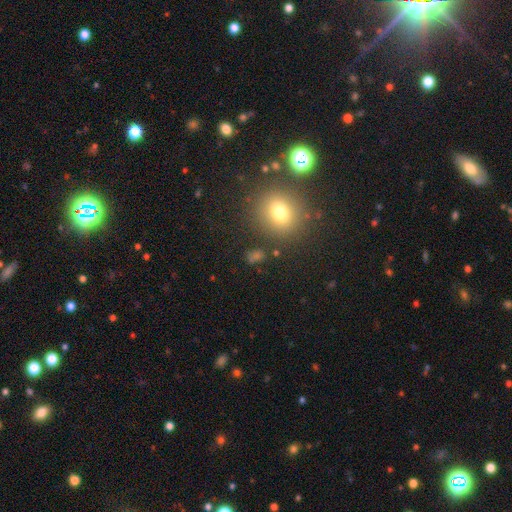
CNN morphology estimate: Overall: smooth (60%; star or artifact 29%). How rounded: round (54%; in between 42%). Merging: none (79%).